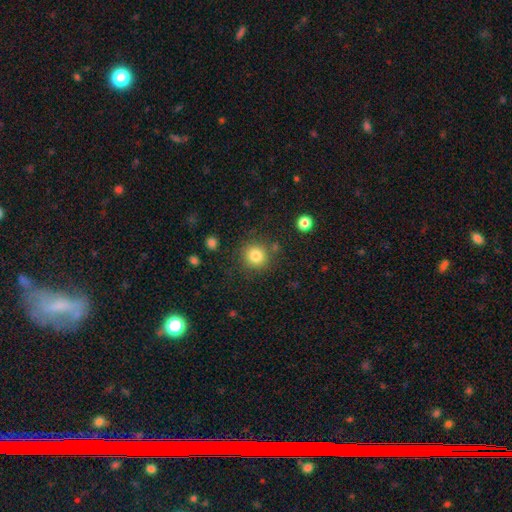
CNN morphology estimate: Overall: smooth (82%). How rounded: round (92%). Merging: none (84%).